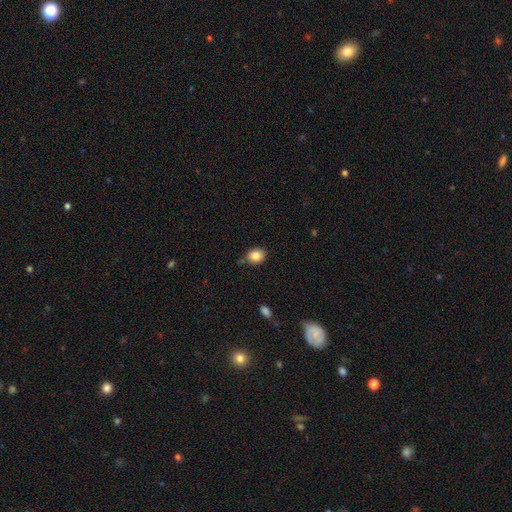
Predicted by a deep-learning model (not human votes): A smooth galaxy with no disk features (84%) that is round (60%).

Vote fractions:
- Smooth or featured? smooth: 84% / star or artifact: 10% / featured or disk: 6%
- How rounded? round: 60% / in between: 39% / cigar-shaped: 1%
- Merging? none: 77% / minor disturbance: 16% / merger: 4% / major disturbance: 3%